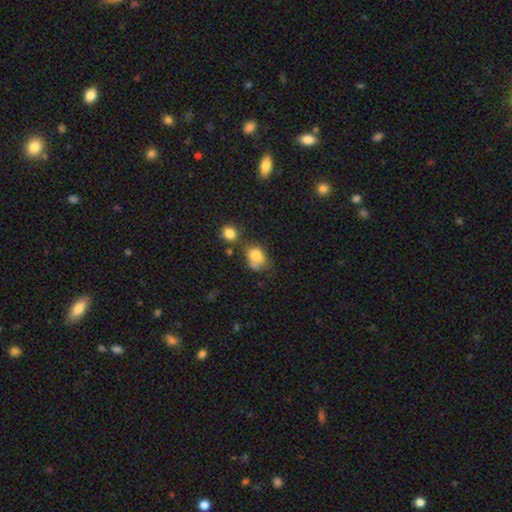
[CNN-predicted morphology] Overall: smooth (78%). How rounded: in between (61%; round 38%). Merging: none (34%; merger 27%).